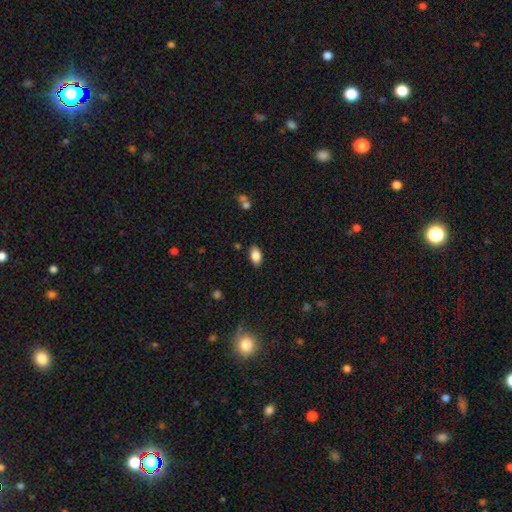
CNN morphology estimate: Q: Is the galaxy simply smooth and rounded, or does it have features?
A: smooth — 85%.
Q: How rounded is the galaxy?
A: in between — 92%.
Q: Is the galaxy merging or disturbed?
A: none — 85%.